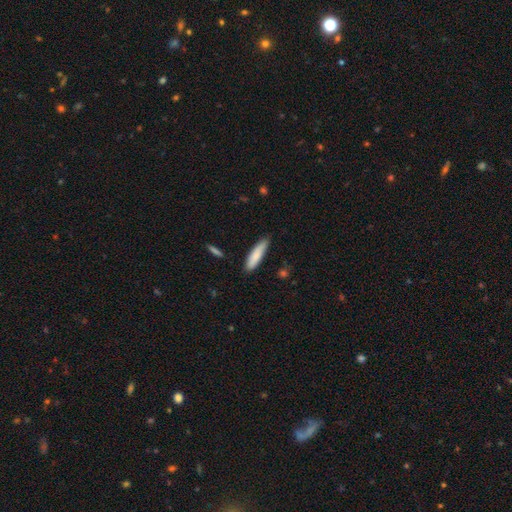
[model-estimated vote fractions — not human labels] Morphology: type=smooth (83%); roundness=cigar-shaped (73%); merging=none (77%).